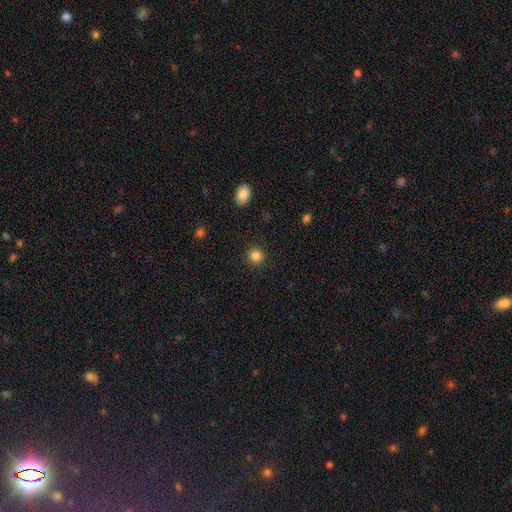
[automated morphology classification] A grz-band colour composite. It shows a smooth galaxy with no disk features (84%) that is round (91%). Merging: none (91%).